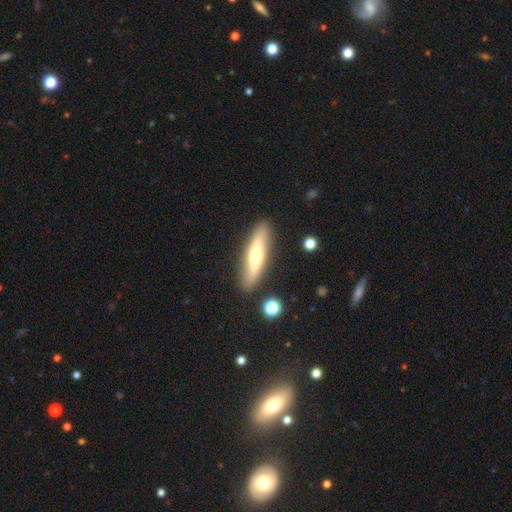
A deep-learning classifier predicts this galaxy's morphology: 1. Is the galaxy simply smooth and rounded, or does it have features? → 52% smooth, 42% featured or disk, 6% star or artifact.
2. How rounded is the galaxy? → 78% cigar-shaped, 20% in between, 2% round.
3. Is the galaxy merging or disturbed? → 86% none, 9% minor disturbance, 2% merger, 2% major disturbance.